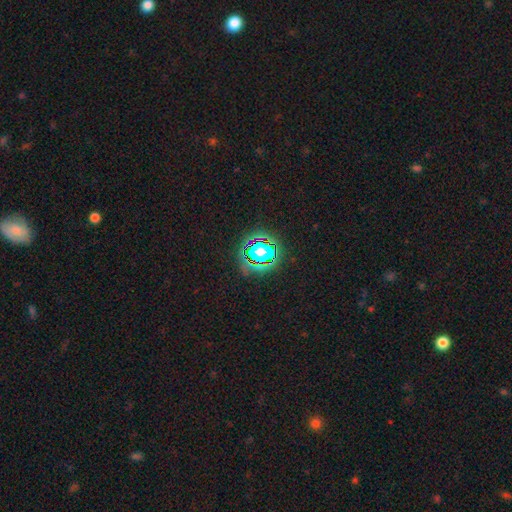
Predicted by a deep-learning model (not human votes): Smooth or featured: star or artifact — 79% (smooth — 13%)